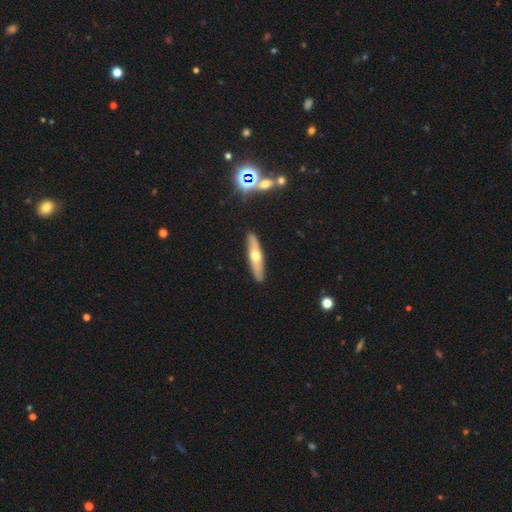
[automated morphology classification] Smooth or featured?
  - featured or disk: 49% *
  - smooth: 44%
  - star or artifact: 7%
Merging?
  - none: 89% *
  - minor disturbance: 8%
  - major disturbance: 2%
  - merger: 1%